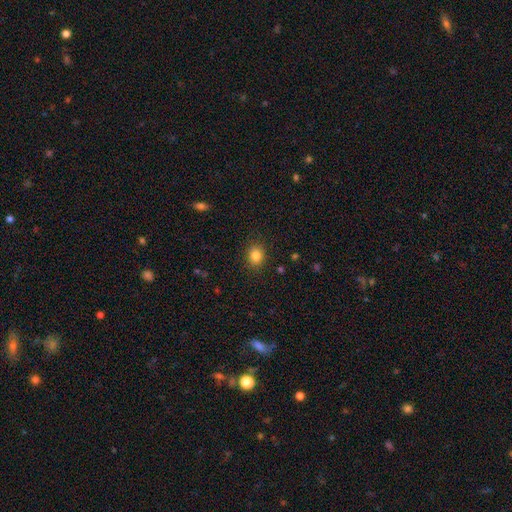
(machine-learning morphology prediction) Smooth or featured?
  - smooth: 83% *
  - star or artifact: 11%
  - featured or disk: 5%
How rounded?
  - round: 60% *
  - in between: 39%
  - cigar-shaped: 1%
Merging?
  - none: 88% *
  - minor disturbance: 8%
  - major disturbance: 3%
  - merger: 1%